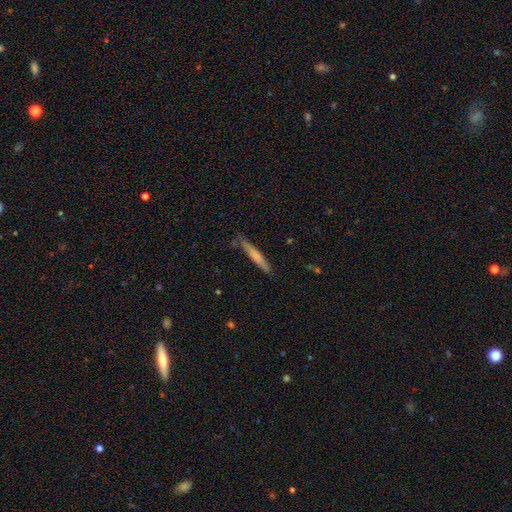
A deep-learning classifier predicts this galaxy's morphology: type=smooth (67%); roundness=cigar-shaped (95%); merging=none (80%).